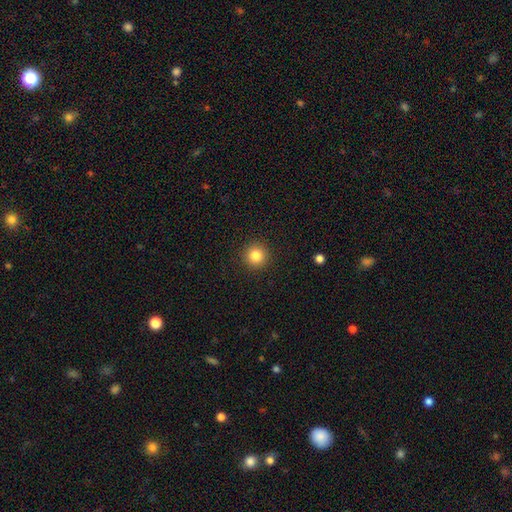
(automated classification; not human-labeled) Morphology: type=smooth (84%); roundness=round (95%); merging=none (92%).